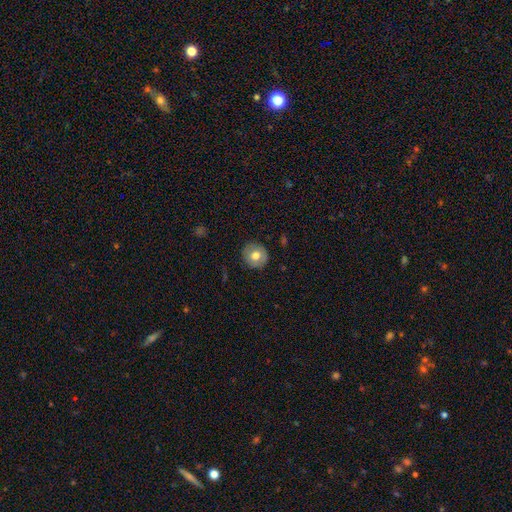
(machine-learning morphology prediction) This is likely a smooth galaxy (71%). How rounded: clearly round (93%). Merging: clearly none (89%).